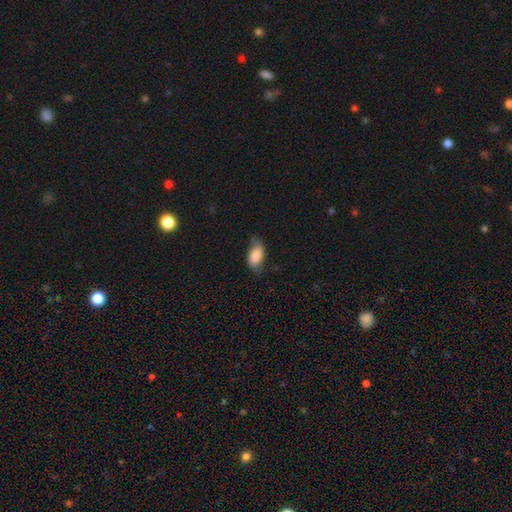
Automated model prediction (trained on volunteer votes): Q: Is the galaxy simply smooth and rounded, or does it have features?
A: smooth — 73%.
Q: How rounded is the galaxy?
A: in between — 91%.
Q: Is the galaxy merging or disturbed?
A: none — 56%.